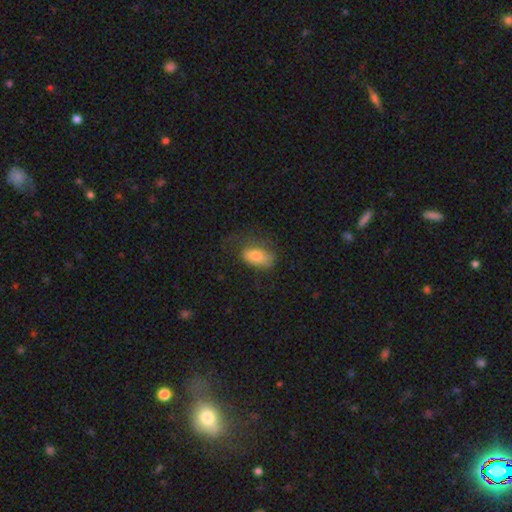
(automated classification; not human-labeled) This is likely a smooth galaxy (78%). How rounded: clearly in between (91%). Merging: possibly none (47%).